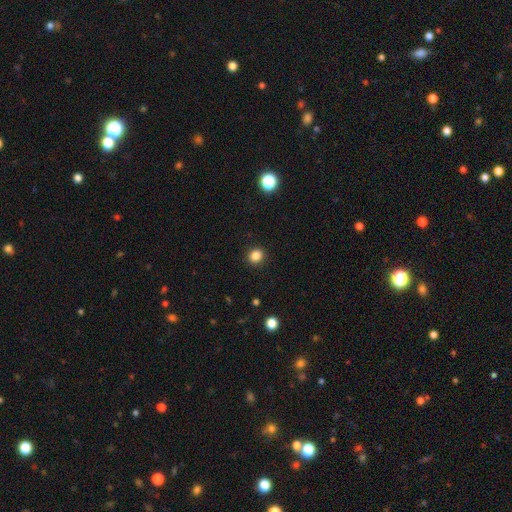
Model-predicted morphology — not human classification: smooth_or_featured: smooth (p=0.85) [alt: star or artifact p=0.12]
how_rounded: round (p=0.82) [alt: in between p=0.17]
merging: none (p=0.91) [alt: minor disturbance p=0.06]